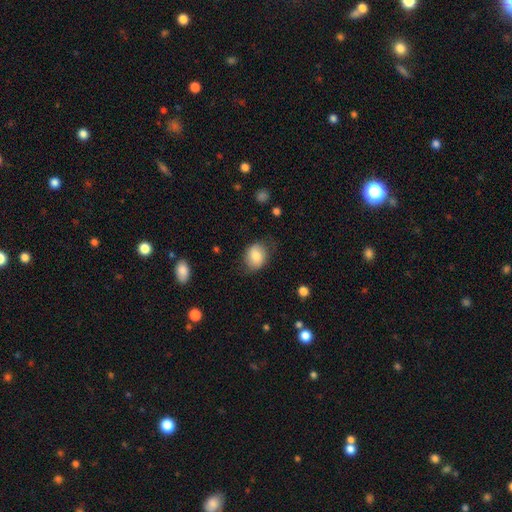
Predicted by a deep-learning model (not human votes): Q: Smooth or featured?
A: smooth (80%); runner-up: featured or disk (12%)
Q: How rounded?
A: in between (51%); runner-up: round (48%)
Q: Merging?
A: none (67%); runner-up: minor disturbance (23%)